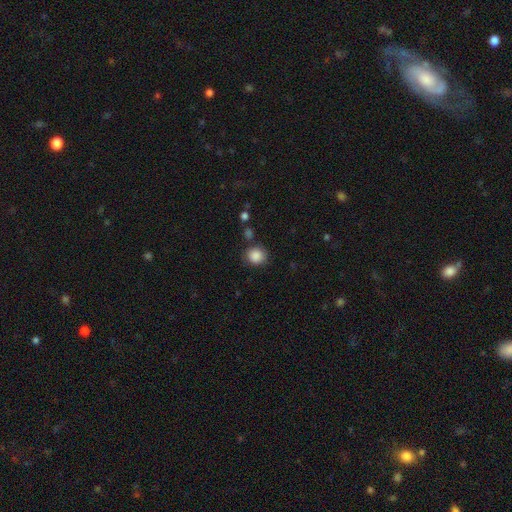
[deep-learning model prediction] A smooth galaxy with no disk features (87%) that is round (85%).

Vote fractions:
- Smooth or featured? smooth: 87% / star or artifact: 9% / featured or disk: 4%
- How rounded? round: 85% / in between: 14% / cigar-shaped: 1%
- Merging? none: 81% / minor disturbance: 12% / merger: 4% / major disturbance: 4%